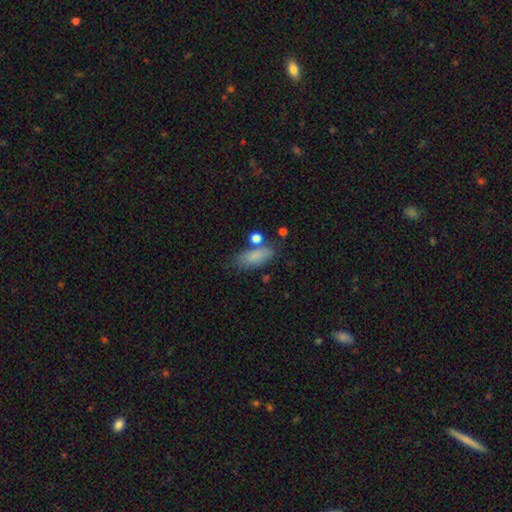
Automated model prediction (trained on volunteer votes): smooth-or-featured: smooth: 83% | featured or disk: 9% | star or artifact: 8%
  how-rounded: in between: 81% | cigar-shaped: 14% | round: 4%
  merging: none: 63% | minor disturbance: 18% | merger: 12% | major disturbance: 7%